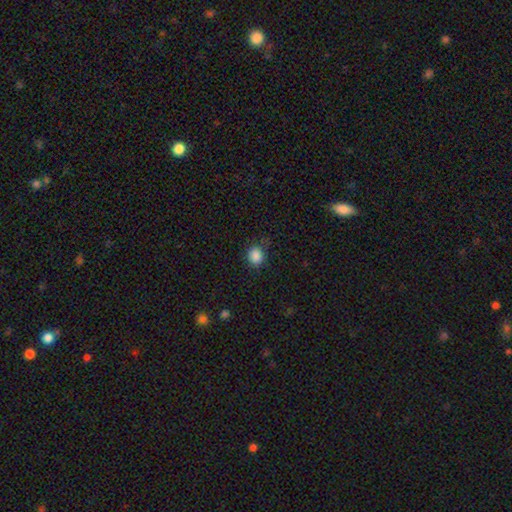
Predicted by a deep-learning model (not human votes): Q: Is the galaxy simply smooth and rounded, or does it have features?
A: smooth — 86%.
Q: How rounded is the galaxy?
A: round — 75%.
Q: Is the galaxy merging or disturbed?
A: none — 79%.